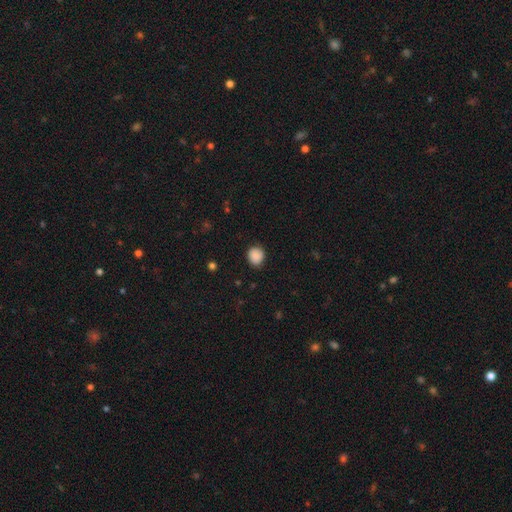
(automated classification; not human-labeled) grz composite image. It shows a smooth galaxy with no disk features (87%) that is round (79%). Merging: none (83%).